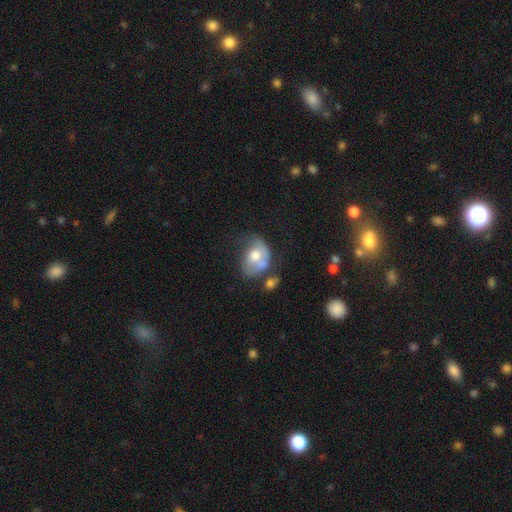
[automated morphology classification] smooth-or-featured: smooth: 53% | featured or disk: 40% | star or artifact: 8%
  how-rounded: in between: 66% | round: 33% | cigar-shaped: 1%
  merging: merger: 29% | major disturbance: 25% | minor disturbance: 23% | none: 23%